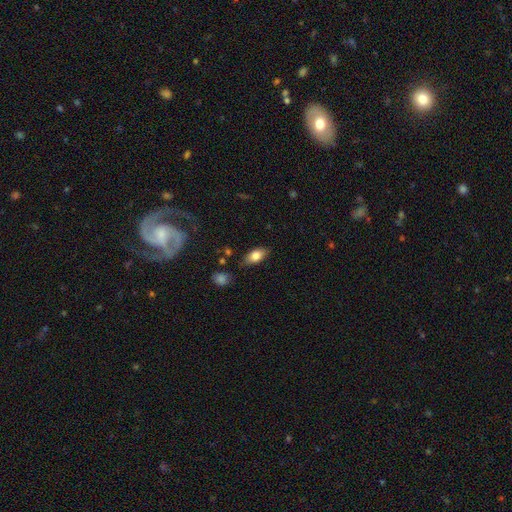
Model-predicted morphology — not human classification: Q: Smooth or featured?
A: smooth (78%); runner-up: featured or disk (14%)
Q: How rounded?
A: in between (88%); runner-up: cigar-shaped (7%)
Q: Merging?
A: none (79%); runner-up: minor disturbance (15%)